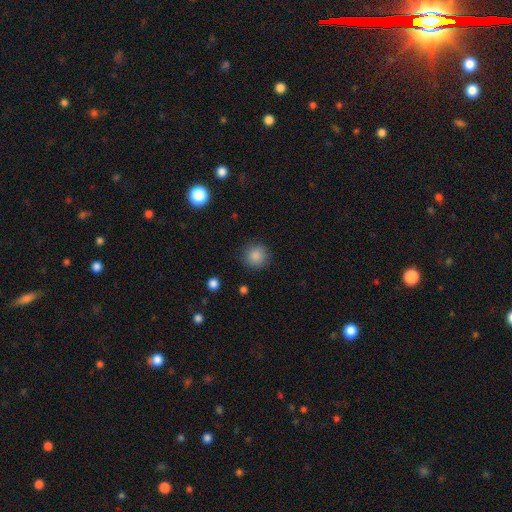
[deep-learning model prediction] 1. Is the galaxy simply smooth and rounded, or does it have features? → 87% smooth, 10% star or artifact, 4% featured or disk.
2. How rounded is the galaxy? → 93% round, 6% in between, 1% cigar-shaped.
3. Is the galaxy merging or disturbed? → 88% none, 8% minor disturbance, 3% major disturbance, 1% merger.